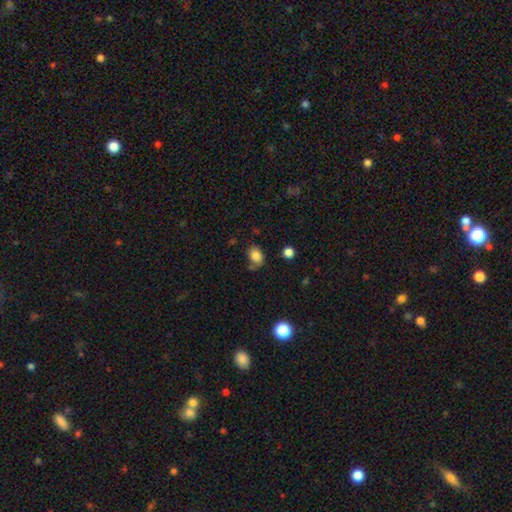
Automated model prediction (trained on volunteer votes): A smooth galaxy with no disk features (82%) that is in between round and cigar-shaped (71%). Merging: none (62%).